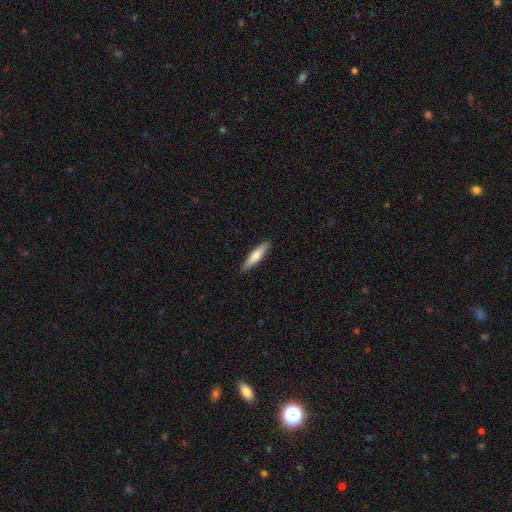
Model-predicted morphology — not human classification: This is likely a smooth galaxy (72%). How rounded: clearly cigar-shaped (82%). Merging: clearly none (89%).